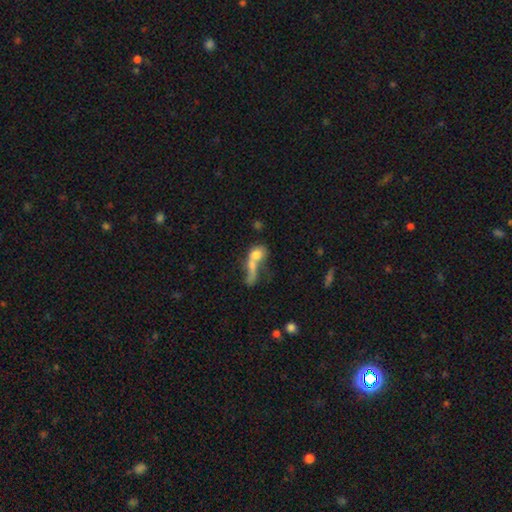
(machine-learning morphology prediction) A smooth galaxy with no disk features (58%) that is in between round and cigar-shaped (47%). Merging: merger (59%).